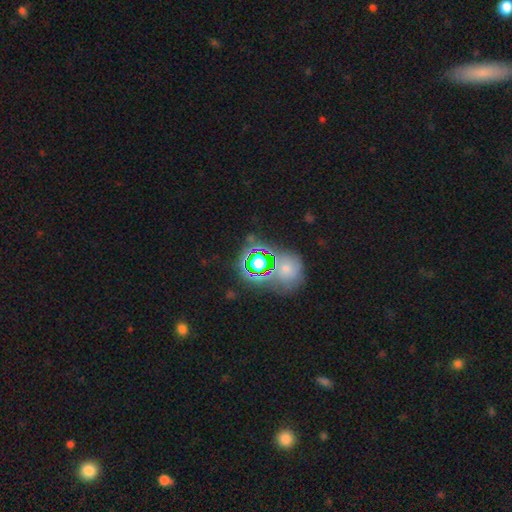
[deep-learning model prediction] The model was most divided on "smooth or featured": star or artifact: 68%, smooth: 20%, featured or disk: 12%.